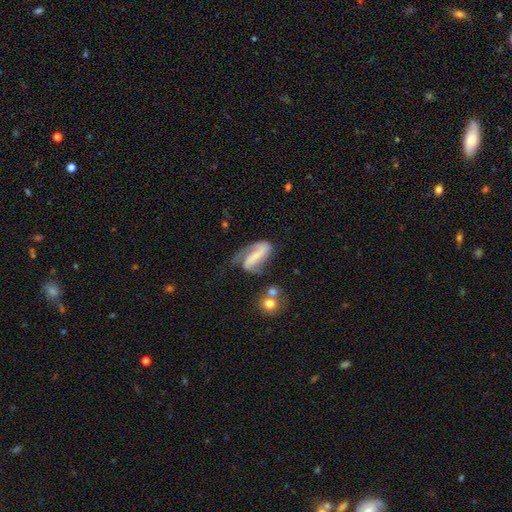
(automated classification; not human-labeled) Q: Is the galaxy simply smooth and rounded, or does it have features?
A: featured or disk — 76%.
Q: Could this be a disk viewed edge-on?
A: no — 94%.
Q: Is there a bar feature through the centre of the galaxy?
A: strong — 58%.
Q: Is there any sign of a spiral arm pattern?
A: yes — 91%.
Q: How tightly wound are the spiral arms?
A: loose — 43%.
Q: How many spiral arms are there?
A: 2 — 76%.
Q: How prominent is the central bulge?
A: small — 46%.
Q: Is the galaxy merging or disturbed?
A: none — 44%.